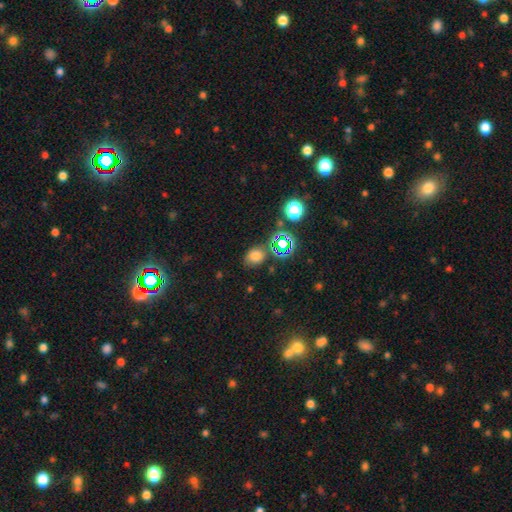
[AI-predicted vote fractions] Smooth or featured? Predicted: smooth (p=0.68). How rounded? Predicted: round (p=0.52). Merging? Predicted: none (p=0.72).